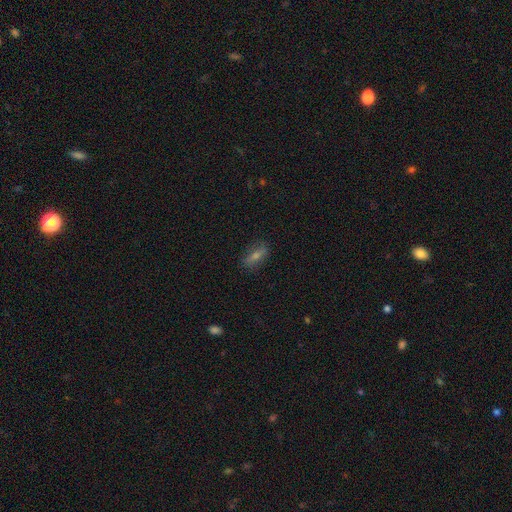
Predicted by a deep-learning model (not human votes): Smooth or featured? Predicted: smooth (p=0.45). Merging? Predicted: none (p=0.84).